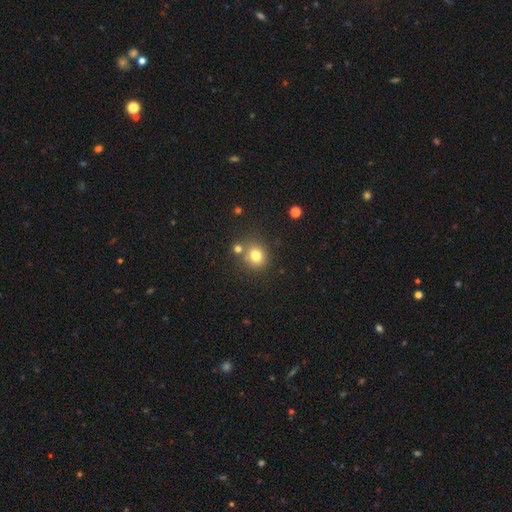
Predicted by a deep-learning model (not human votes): smooth-or-featured: smooth: 78% | star or artifact: 14% | featured or disk: 8%
  how-rounded: round: 85% | in between: 14% | cigar-shaped: 1%
  merging: none: 72% | merger: 15% | minor disturbance: 9% | major disturbance: 3%